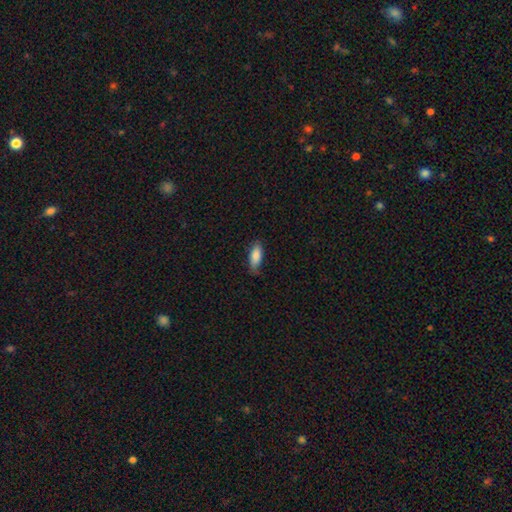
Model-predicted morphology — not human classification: Q: Smooth or featured?
A: smooth (85%); runner-up: featured or disk (9%)
Q: How rounded?
A: in between (78%); runner-up: cigar-shaped (20%)
Q: Merging?
A: none (70%); runner-up: minor disturbance (25%)